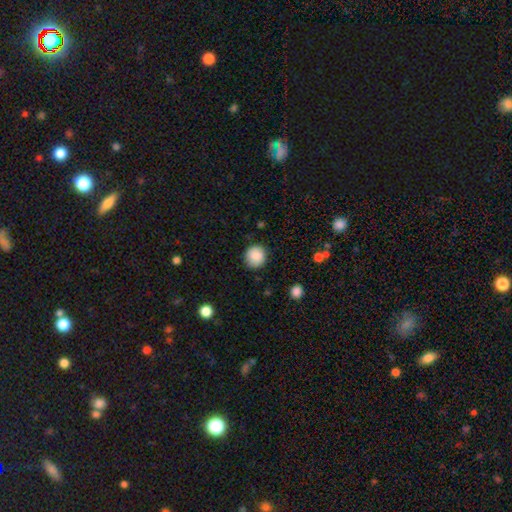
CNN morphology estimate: type=smooth (87%); roundness=round (88%); merging=none (86%).